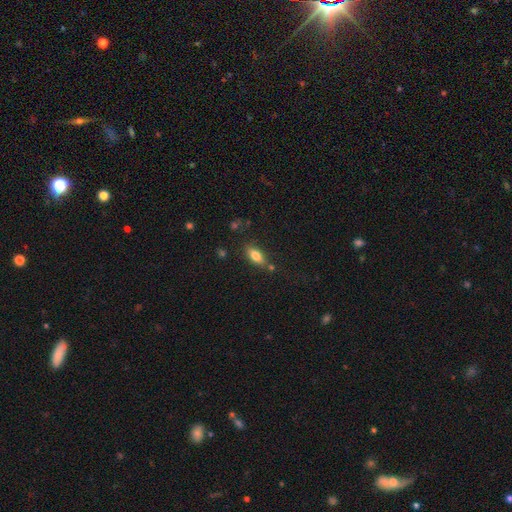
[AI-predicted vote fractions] Overall: smooth (77%). How rounded: in between (82%). Merging: none (74%).